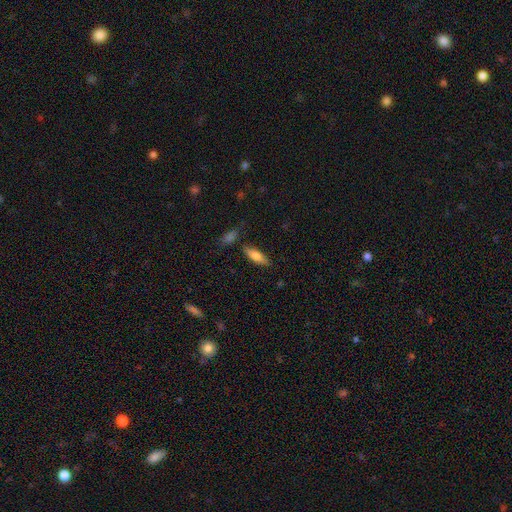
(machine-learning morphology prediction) Smooth or featured? Predicted: smooth (p=0.73). How rounded? Predicted: in between (p=0.55). Merging? Predicted: none (p=0.78).